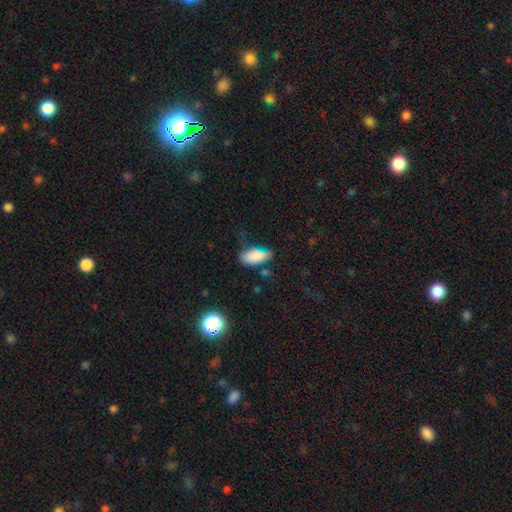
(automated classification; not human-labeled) Smooth or featured: smooth — 81% (star or artifact — 10%)
How rounded: in between — 89% (cigar-shaped — 8%)
Merging: none — 48% (minor disturbance — 33%)